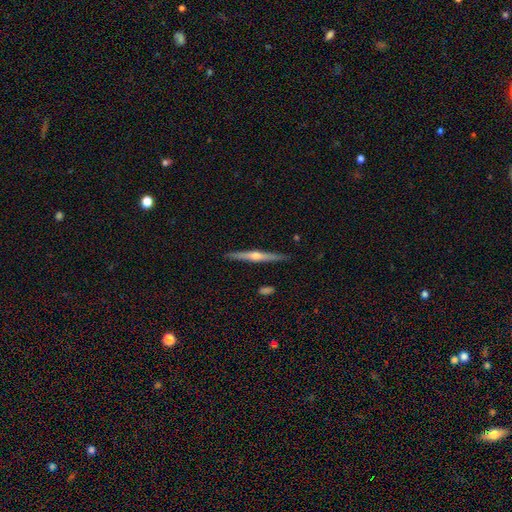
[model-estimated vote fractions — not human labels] Morphology: type=featured or disk (76%); edge-on=yes (98%); edge-on bulge=rounded (90%); merging=none (91%).